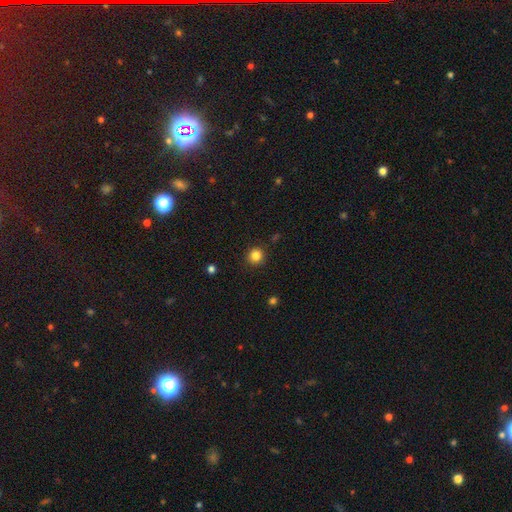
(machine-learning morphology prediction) This is clearly a smooth galaxy (84%). How rounded: clearly round (94%). Merging: clearly none (91%).